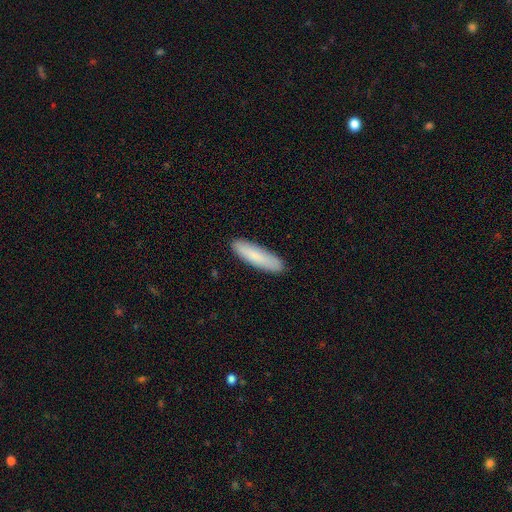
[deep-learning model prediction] This appears to be a smooth galaxy with no disk features (83%) that is cigar-shaped (73%). Merging: none (90%).